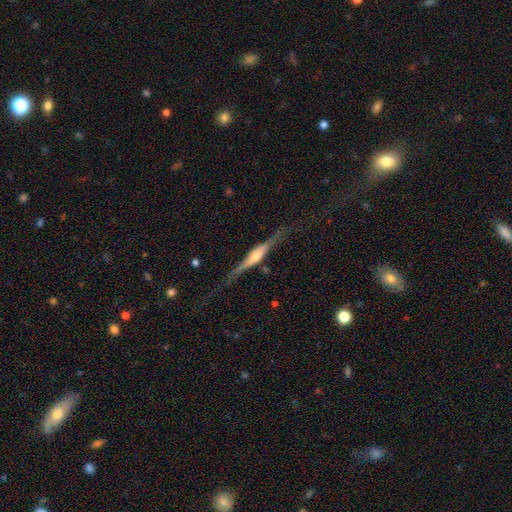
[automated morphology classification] This is likely a featured or disk galaxy (77%). It is clearly viewed edge-on (96%). Edge-on bulge: clearly rounded (80%). Merging: likely none (77%).